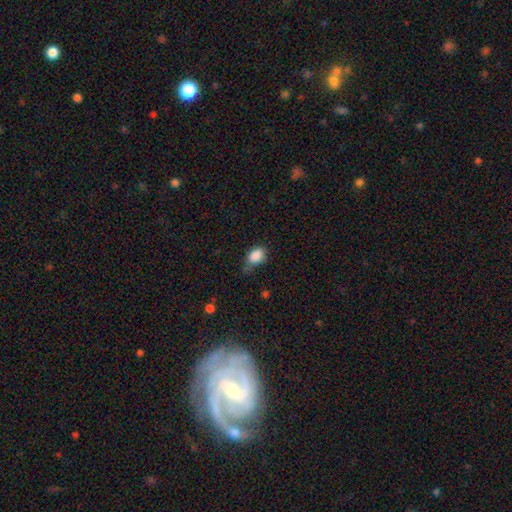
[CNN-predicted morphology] This appears to be a smooth galaxy with no disk features (87%) that is in between round and cigar-shaped (74%). Merging: none (50%).